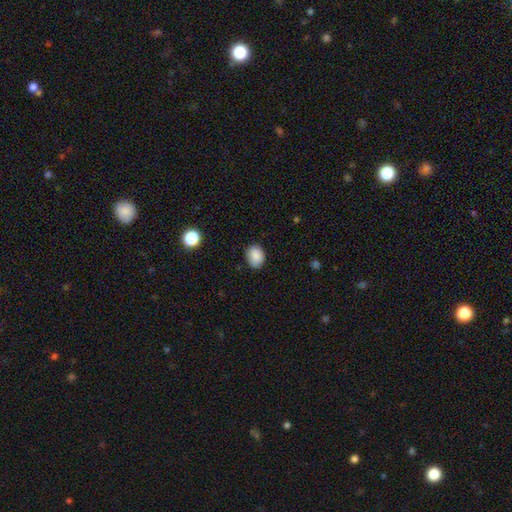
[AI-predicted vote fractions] Smooth or featured? Predicted: smooth (p=0.87). How rounded? Predicted: in between (p=0.62). Merging? Predicted: none (p=0.78).